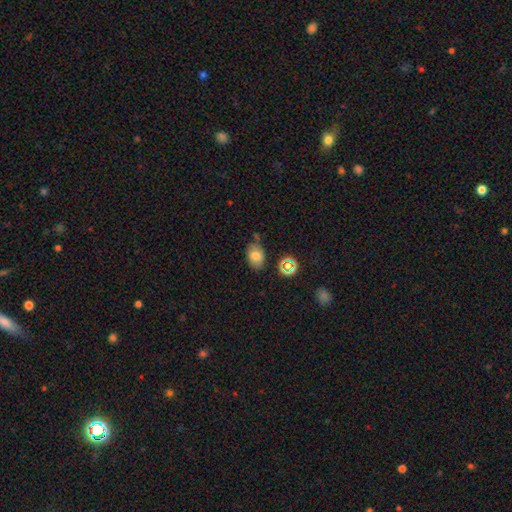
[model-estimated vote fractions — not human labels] smooth_or_featured: smooth (p=0.74) [alt: star or artifact p=0.14]
how_rounded: in between (p=0.76) [alt: round p=0.23]
merging: none (p=0.67) [alt: minor disturbance p=0.21]